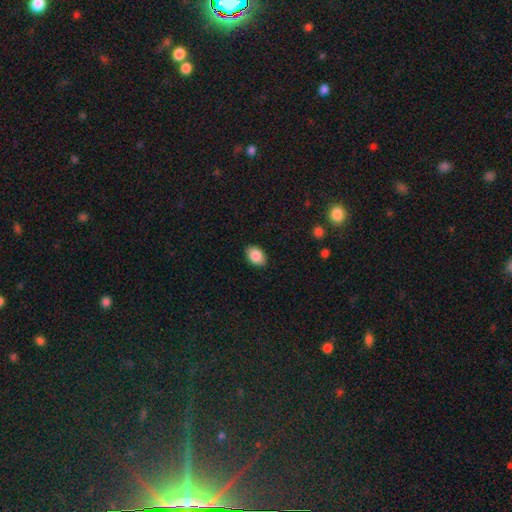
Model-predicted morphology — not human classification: Overall: smooth (87%). How rounded: in between (88%). Merging: none (87%).